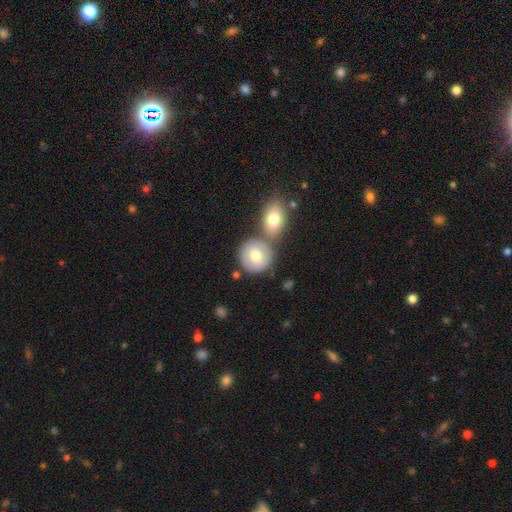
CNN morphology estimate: Smooth or featured? Predicted: smooth (p=0.74). How rounded? Predicted: round (p=0.86). Merging? Predicted: none (p=0.59).